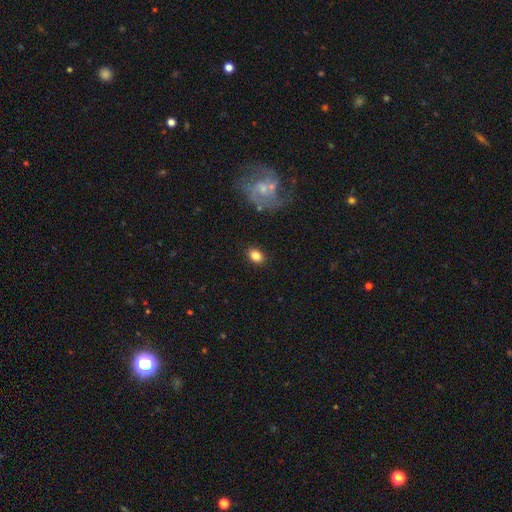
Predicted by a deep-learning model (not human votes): The model was most divided on "how rounded": in between: 78%, round: 20%, cigar-shaped: 1%. More confident: merging — none (85%); smooth or featured — smooth (83%).